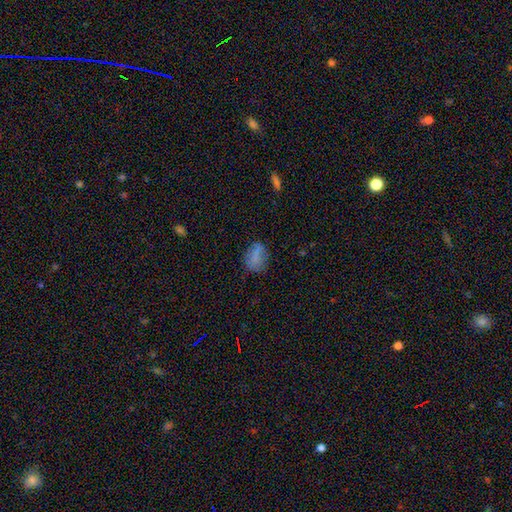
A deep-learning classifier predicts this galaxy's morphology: This appears to be a smooth galaxy with no disk features (75%) that is in between round and cigar-shaped (72%). Merging: none (64%).